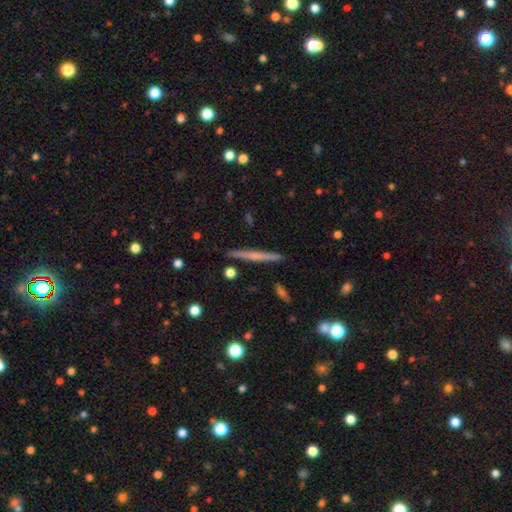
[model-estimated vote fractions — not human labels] A featured or disk galaxy (59%) viewed edge-on (98%) with no central bulge (50%). Merging: none (91%).